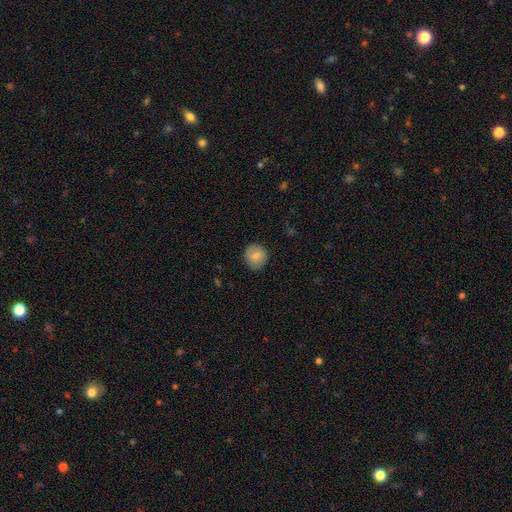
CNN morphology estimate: A smooth galaxy with no disk features (80%) that is round (90%). Merging: none (87%).